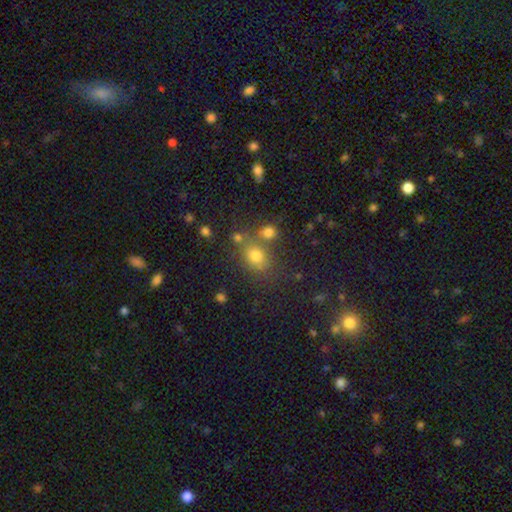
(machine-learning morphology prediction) Smooth or featured? Predicted: smooth (p=0.73). How rounded? Predicted: round (p=0.59). Merging? Predicted: none (p=0.63).